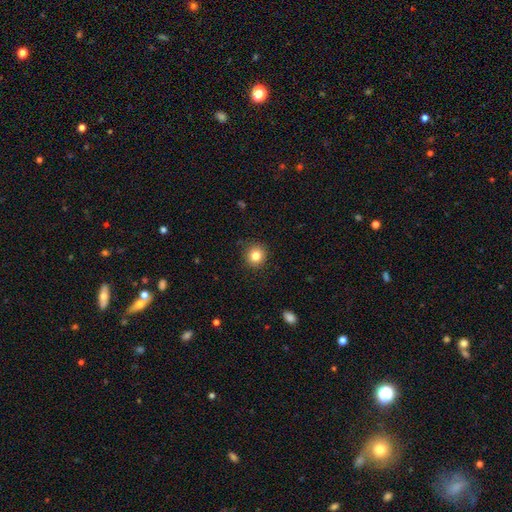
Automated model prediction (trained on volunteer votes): Morphology: type=smooth (82%); roundness=round (92%); merging=none (90%).